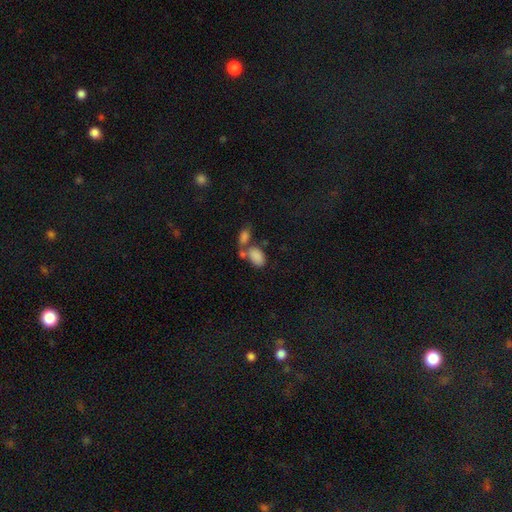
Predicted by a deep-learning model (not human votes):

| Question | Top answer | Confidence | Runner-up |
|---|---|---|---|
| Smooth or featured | smooth | 84% | star or artifact (8%) |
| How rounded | in between | 93% | round (6%) |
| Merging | merger | 46% | none (37%) |